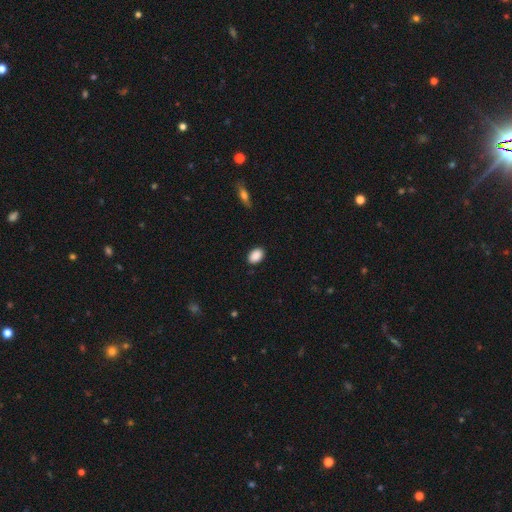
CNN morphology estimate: This is clearly a smooth galaxy (90%). How rounded: clearly in between (84%). Merging: clearly none (88%).